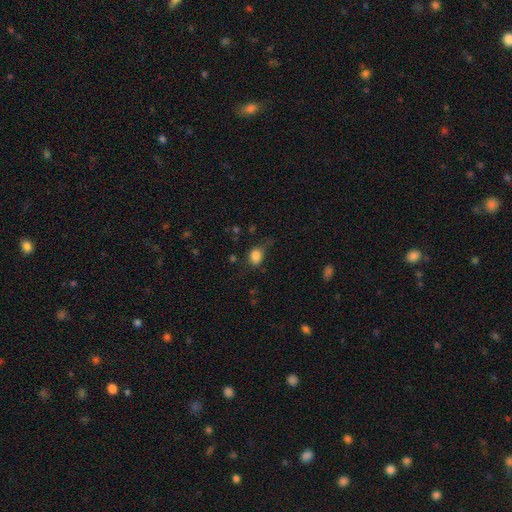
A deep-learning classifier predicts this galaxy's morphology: This appears to be a smooth galaxy with no disk features (83%) that is in between round and cigar-shaped (56%). Merging: none (54%).